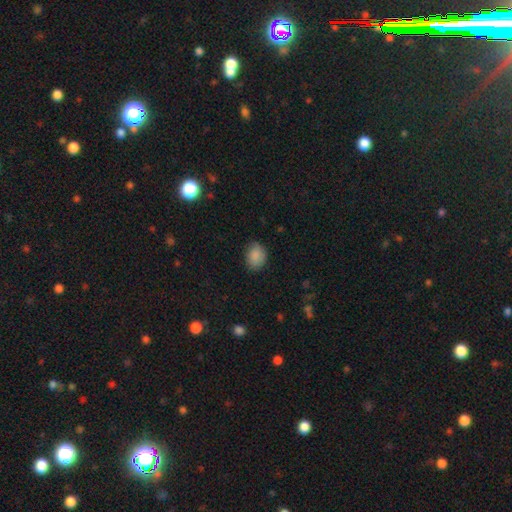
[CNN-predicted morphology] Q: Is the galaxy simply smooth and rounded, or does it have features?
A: smooth — 87%.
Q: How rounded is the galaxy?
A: in between — 58%.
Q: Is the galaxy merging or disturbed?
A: none — 79%.